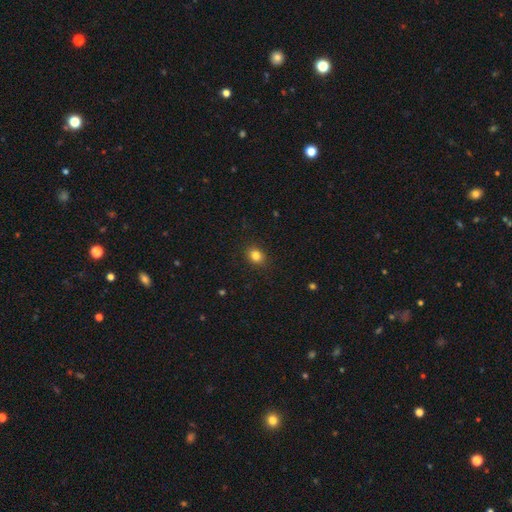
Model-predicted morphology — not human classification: Smooth or featured: smooth — 83% (star or artifact — 11%)
How rounded: round — 53% (in between — 46%)
Merging: none — 88% (minor disturbance — 8%)